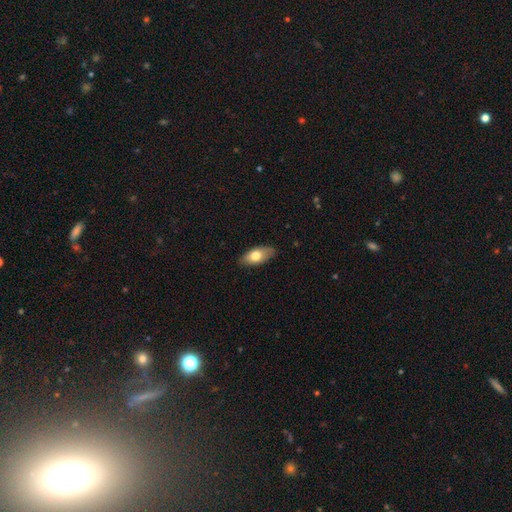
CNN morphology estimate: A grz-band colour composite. It shows a smooth galaxy with no disk features (72%) that is in between round and cigar-shaped (89%). Merging: none (83%).